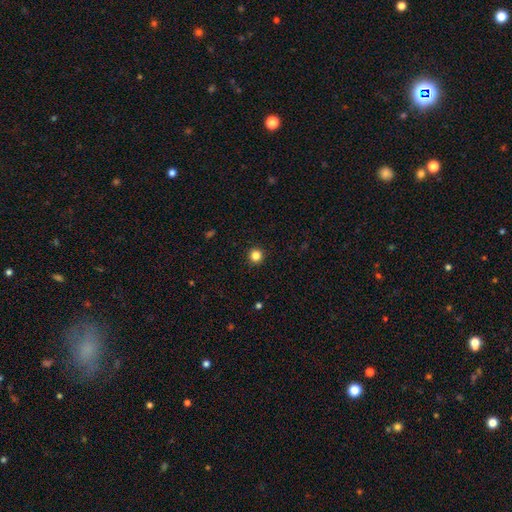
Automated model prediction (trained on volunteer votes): Q: Smooth or featured?
A: smooth (84%); runner-up: star or artifact (12%)
Q: How rounded?
A: round (96%); runner-up: in between (4%)
Q: Merging?
A: none (93%); runner-up: minor disturbance (4%)